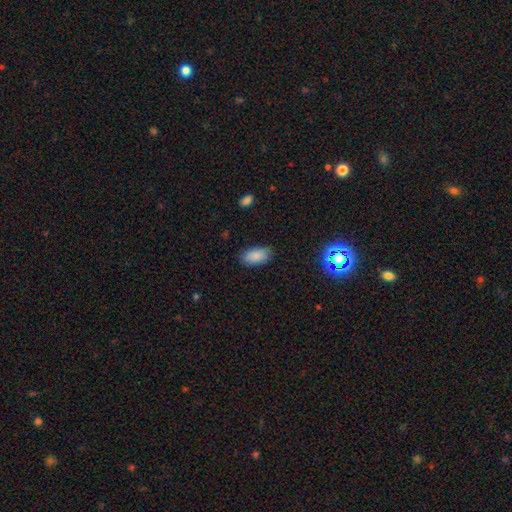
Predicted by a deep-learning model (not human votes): smooth-or-featured: smooth: 87% | star or artifact: 8% | featured or disk: 5%
  how-rounded: in between: 94% | round: 3% | cigar-shaped: 3%
  merging: none: 85% | minor disturbance: 11% | major disturbance: 3% | merger: 1%